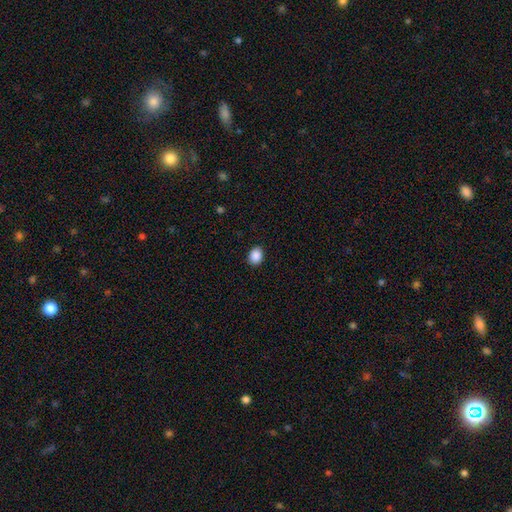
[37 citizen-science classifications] Q: Smooth or featured?
A: smooth (92%); runner-up: star or artifact (8%)
Q: How rounded?
A: round (50%); tied with: in between (50%)
Q: Merging?
A: none (82%); runner-up: minor disturbance (15%)